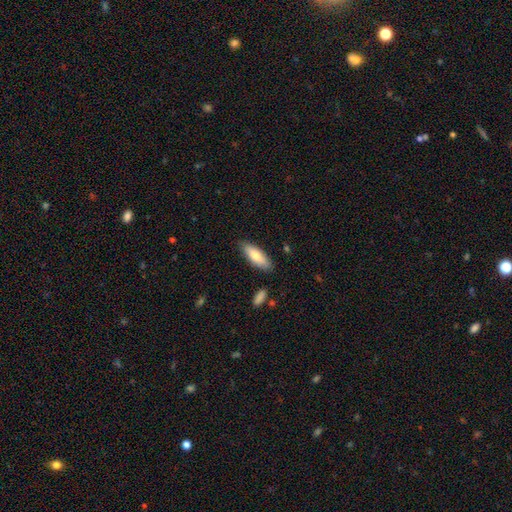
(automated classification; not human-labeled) Smooth or featured? Predicted: smooth (p=0.78). How rounded? Predicted: in between (p=0.63). Merging? Predicted: none (p=0.83).